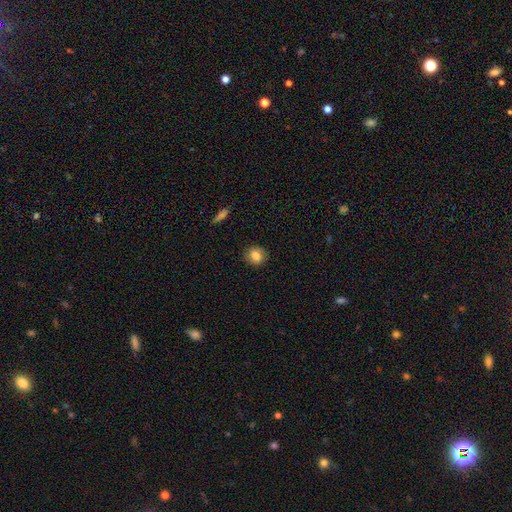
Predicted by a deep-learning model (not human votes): Smooth or featured? smooth (80%)
How rounded? round (77%)
Merging? none (88%)